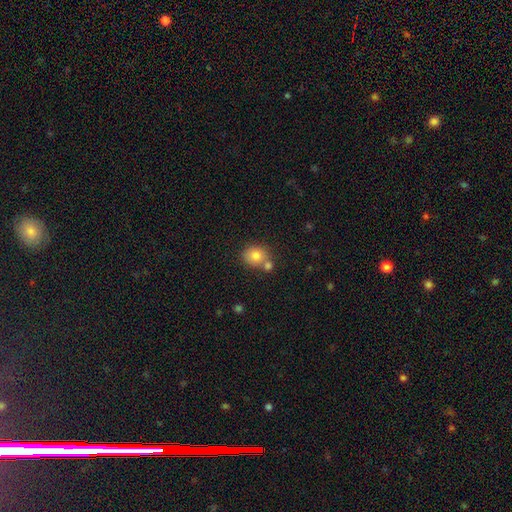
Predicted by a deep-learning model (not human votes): Smooth or featured?
  - smooth: 80% *
  - featured or disk: 10%
  - star or artifact: 10%
How rounded?
  - round: 70% *
  - in between: 29%
  - cigar-shaped: 1%
Merging?
  - none: 55% *
  - merger: 30%
  - minor disturbance: 12%
  - major disturbance: 3%